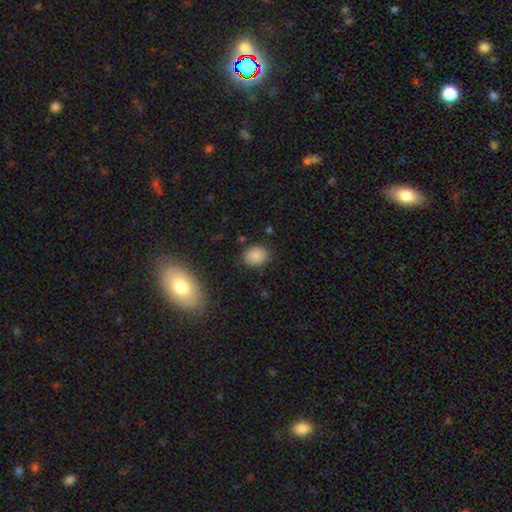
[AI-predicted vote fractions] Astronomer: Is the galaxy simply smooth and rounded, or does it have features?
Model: smooth — 85%.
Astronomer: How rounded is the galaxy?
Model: round — 54% (runner-up: in between, 45%).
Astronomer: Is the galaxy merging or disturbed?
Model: none — 83%.